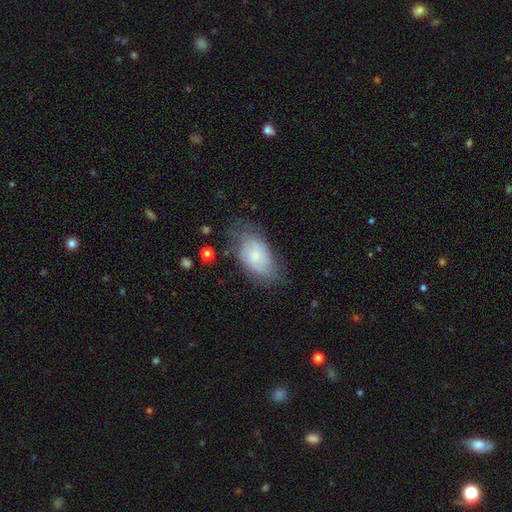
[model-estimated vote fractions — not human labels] smooth 50%, featured or disk 42%, star or artifact 8%. Down the decision tree: merging — none (54%).